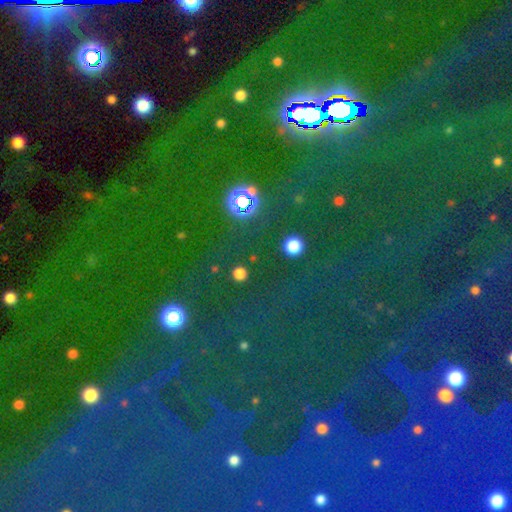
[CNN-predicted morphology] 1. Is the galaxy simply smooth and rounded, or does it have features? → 79% star or artifact, 13% smooth, 8% featured or disk.